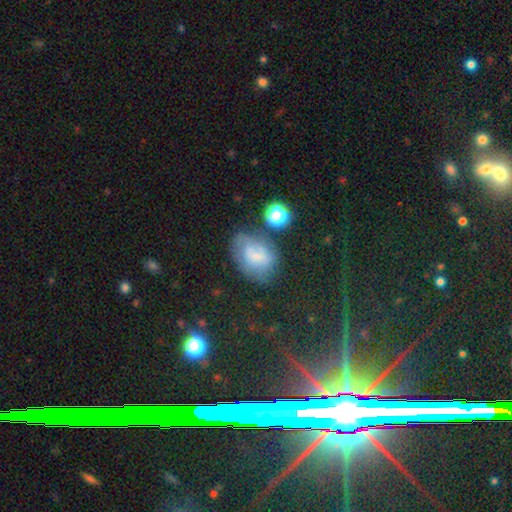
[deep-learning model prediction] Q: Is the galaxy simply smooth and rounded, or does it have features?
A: smooth — 47%.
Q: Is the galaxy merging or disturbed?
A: none — 51%.